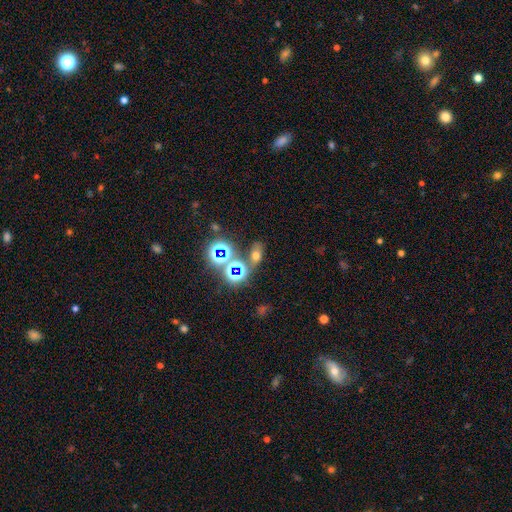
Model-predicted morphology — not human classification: This appears to be a smooth galaxy with no disk features (47%). Merging: none (63%).